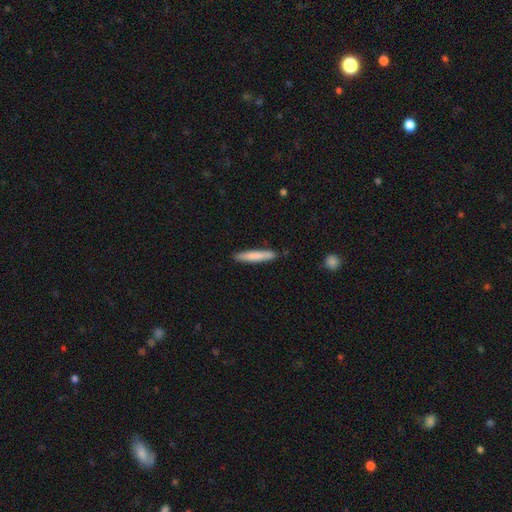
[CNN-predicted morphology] Smooth or featured?
  - smooth: 80% *
  - featured or disk: 15%
  - star or artifact: 5%
How rounded?
  - cigar-shaped: 92% *
  - in between: 6%
  - round: 1%
Merging?
  - none: 88% *
  - minor disturbance: 9%
  - major disturbance: 2%
  - merger: 1%